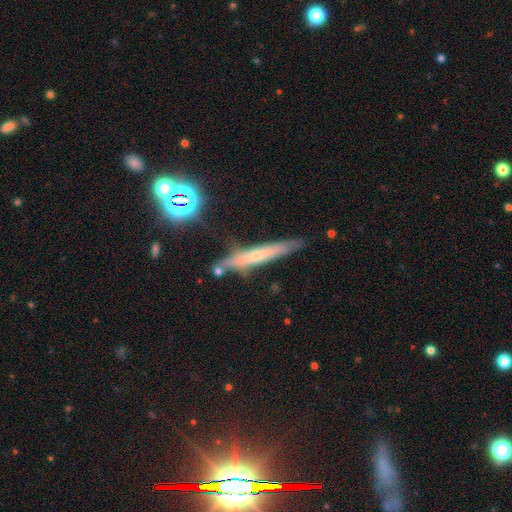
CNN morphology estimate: smooth 45%, featured or disk 42%, star or artifact 13%. Down the decision tree: merging — none (78%).